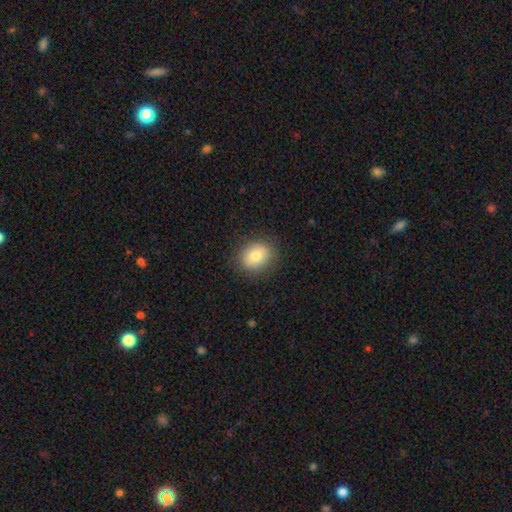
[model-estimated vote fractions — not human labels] Smooth or featured: smooth — 80% (featured or disk — 11%)
How rounded: round — 55% (in between — 44%)
Merging: none — 87% (minor disturbance — 10%)